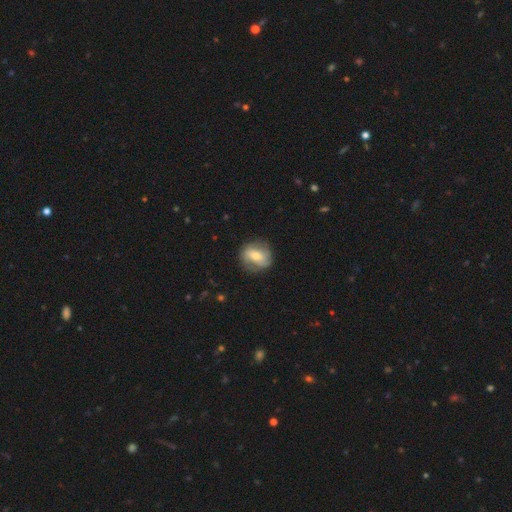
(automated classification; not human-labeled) Q: Smooth or featured?
A: featured or disk (47%); runner-up: smooth (45%)
Q: Merging?
A: none (76%); runner-up: minor disturbance (17%)